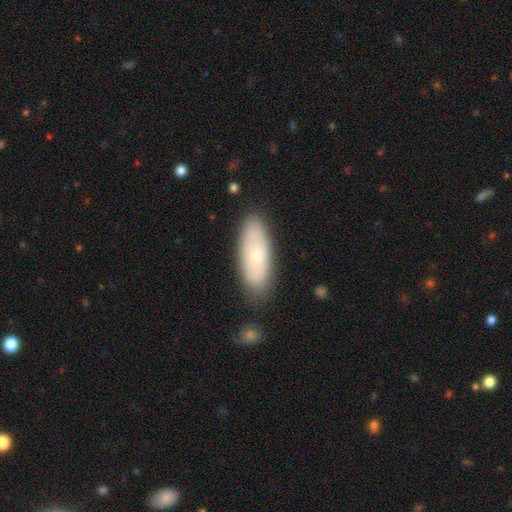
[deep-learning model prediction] smooth_or_featured: smooth (p=0.64) [alt: featured or disk p=0.30]
how_rounded: in between (p=0.77) [alt: cigar-shaped p=0.21]
merging: none (p=0.81) [alt: minor disturbance p=0.14]